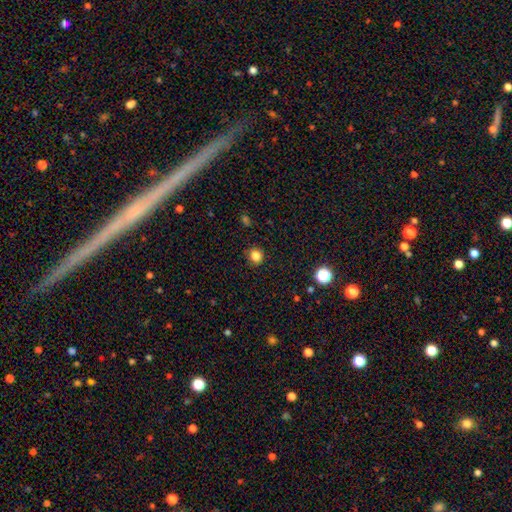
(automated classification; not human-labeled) Q: Smooth or featured?
A: smooth (83%); runner-up: star or artifact (13%)
Q: How rounded?
A: round (83%); runner-up: in between (16%)
Q: Merging?
A: none (89%); runner-up: minor disturbance (8%)